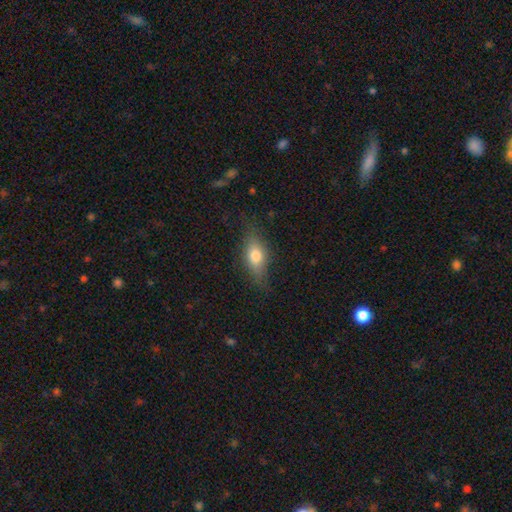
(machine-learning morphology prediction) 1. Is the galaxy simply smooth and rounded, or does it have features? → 68% smooth, 24% featured or disk, 9% star or artifact.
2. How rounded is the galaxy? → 74% in between, 17% cigar-shaped, 9% round.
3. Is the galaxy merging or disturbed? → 73% none, 19% minor disturbance, 6% major disturbance, 1% merger.